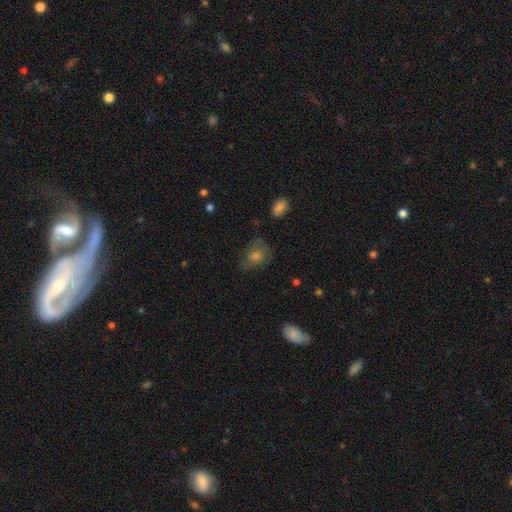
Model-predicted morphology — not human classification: type=smooth (48%); merging=none (60%).